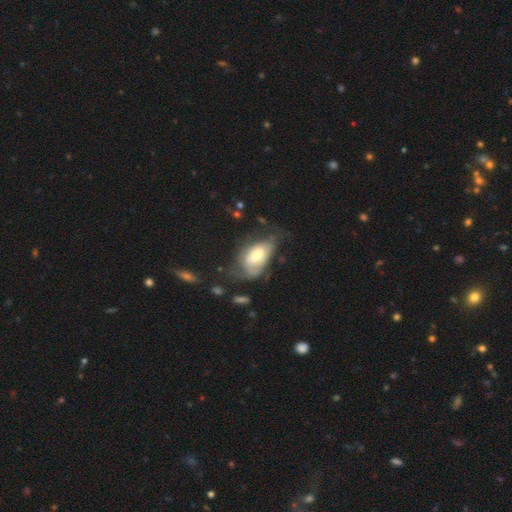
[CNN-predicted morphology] featured or disk 49%, smooth 43%, star or artifact 8%. Down the decision tree: merging — major disturbance (34%).